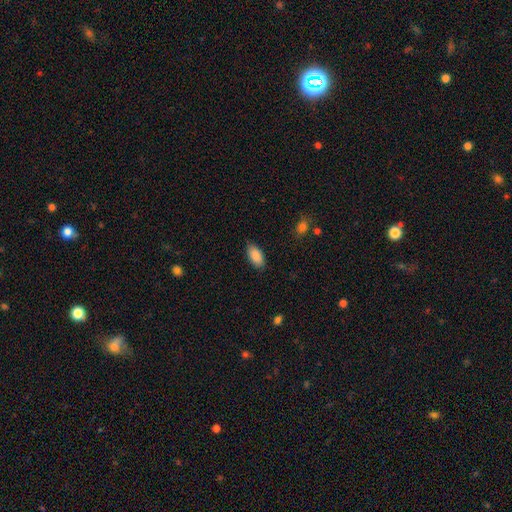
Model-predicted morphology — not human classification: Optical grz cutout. It shows a smooth galaxy with no disk features (89%) that is in between round and cigar-shaped (94%). Merging: none (85%).